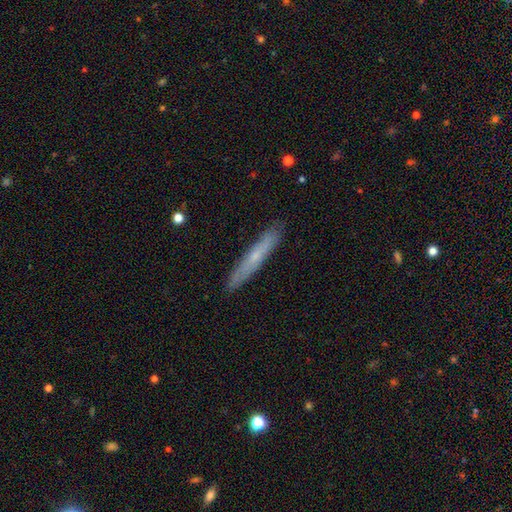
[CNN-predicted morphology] This is possibly a smooth galaxy (47%). Merging: clearly none (89%).